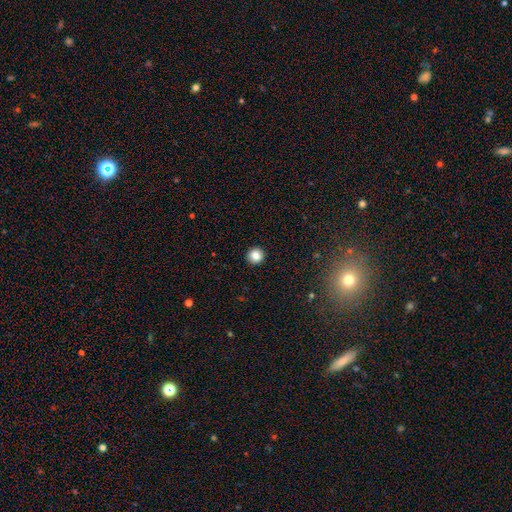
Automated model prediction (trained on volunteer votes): smooth-or-featured: smooth: 85% | star or artifact: 10% | featured or disk: 5%
  how-rounded: round: 94% | in between: 5% | cigar-shaped: 1%
  merging: none: 93% | minor disturbance: 4% | major disturbance: 1% | merger: 1%